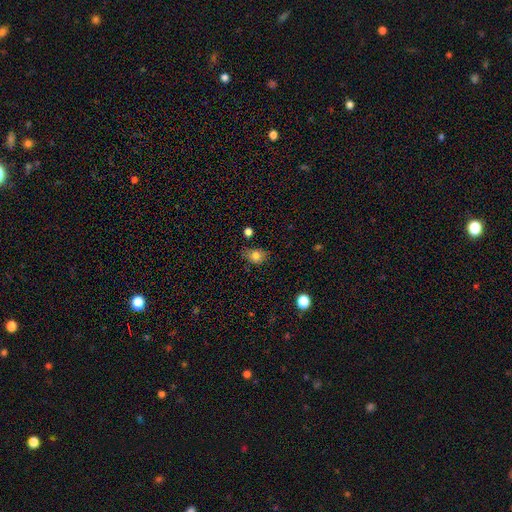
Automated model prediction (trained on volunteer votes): Overall: smooth (78%). How rounded: in between (57%; round 41%). Merging: none (70%).